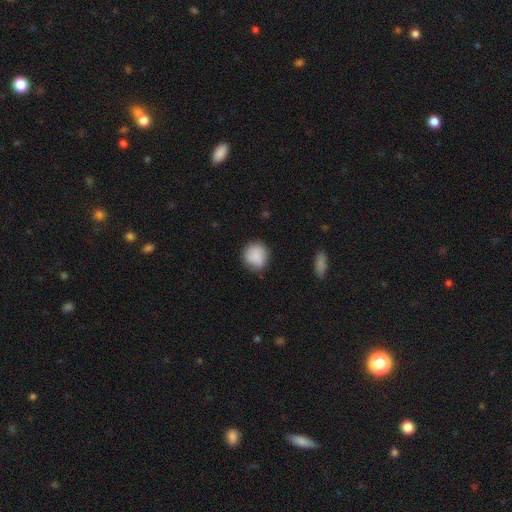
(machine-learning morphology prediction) smooth 88%, star or artifact 7%, featured or disk 5%. Down the decision tree: how rounded — round (87%); merging — none (83%).